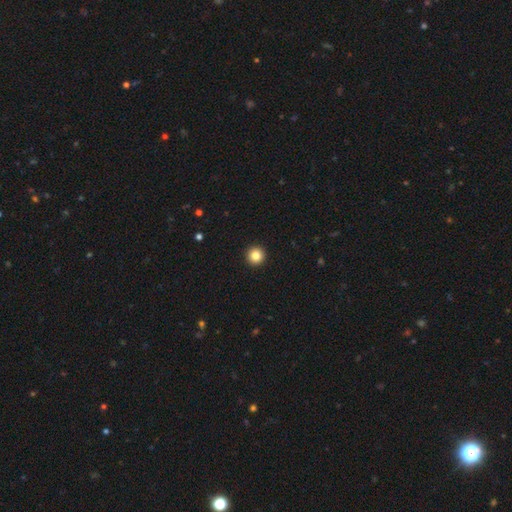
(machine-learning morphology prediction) A smooth galaxy with no disk features (83%) that is round (97%).

Vote fractions:
- Smooth or featured? smooth: 83% / star or artifact: 11% / featured or disk: 6%
- How rounded? round: 97% / in between: 2% / cigar-shaped: 1%
- Merging? none: 95% / minor disturbance: 3% / major disturbance: 1% / merger: 1%